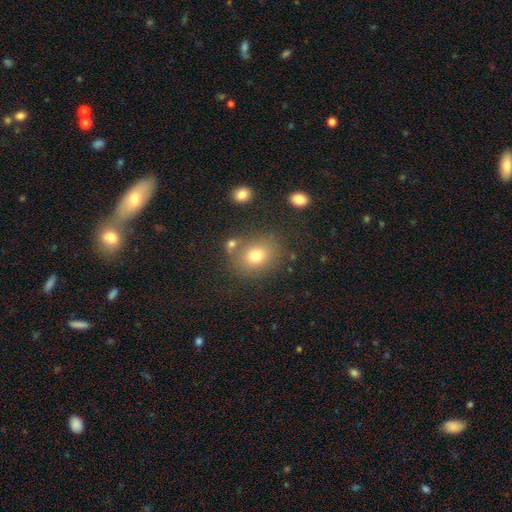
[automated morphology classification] smooth_or_featured: smooth (p=0.75) [alt: star or artifact p=0.13]
how_rounded: round (p=0.58) [alt: in between p=0.41]
merging: none (p=0.70) [alt: minor disturbance p=0.13]